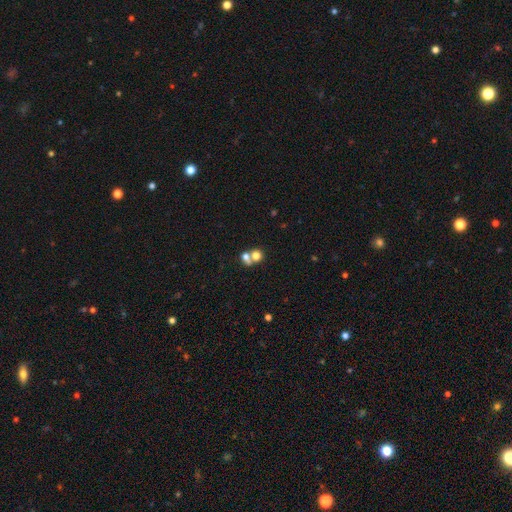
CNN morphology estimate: Smooth or featured? smooth (70%)
How rounded? round (75%)
Merging? merger (56%)